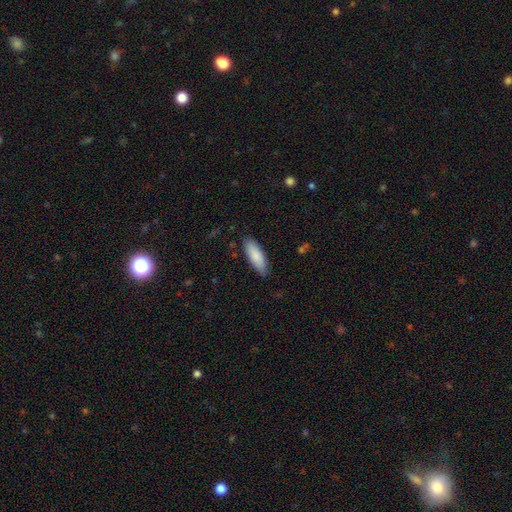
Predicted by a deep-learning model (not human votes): This appears to be a smooth galaxy with no disk features (85%) that is in between round and cigar-shaped (60%). Merging: none (85%).